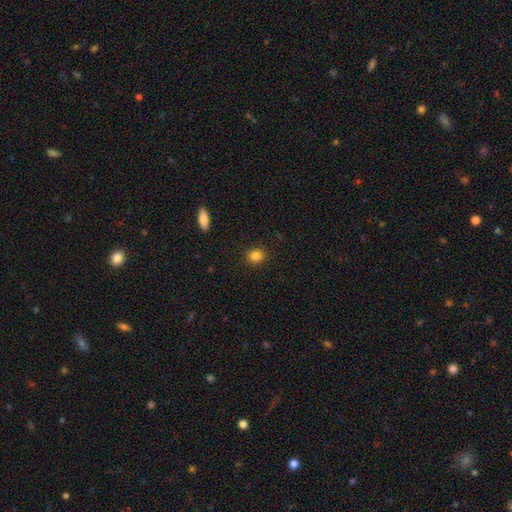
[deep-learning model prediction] Smooth or featured?
  - smooth: 85% *
  - star or artifact: 11%
  - featured or disk: 5%
How rounded?
  - round: 77% *
  - in between: 22%
  - cigar-shaped: 1%
Merging?
  - none: 90% *
  - minor disturbance: 6%
  - major disturbance: 2%
  - merger: 1%